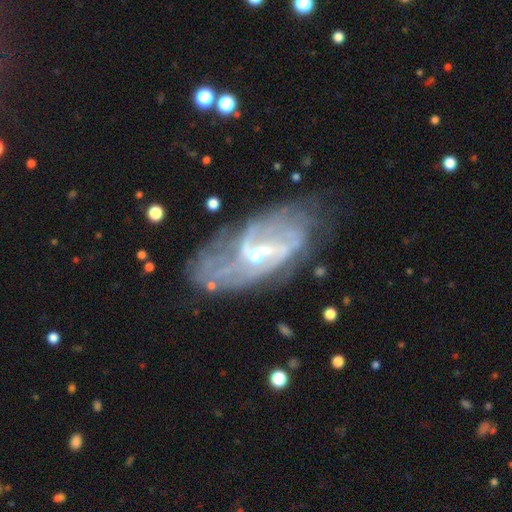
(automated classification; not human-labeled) Smooth or featured? featured or disk (82%)
Edge-on disk? no (93%)
Bar? weak (46%)
Spiral arms? yes (82%)
Spiral winding? medium (37%)
Spiral arm count? can't tell (42%)
Bulge size? small (57%)
Merging? none (54%)